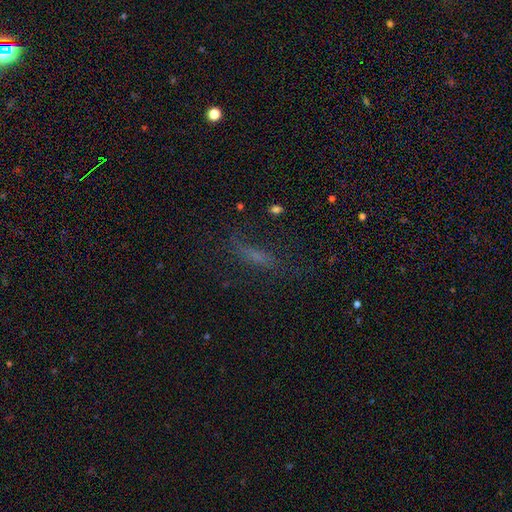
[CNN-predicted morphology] smooth 44%, featured or disk 30%, star or artifact 25%. Down the decision tree: merging — none (57%).